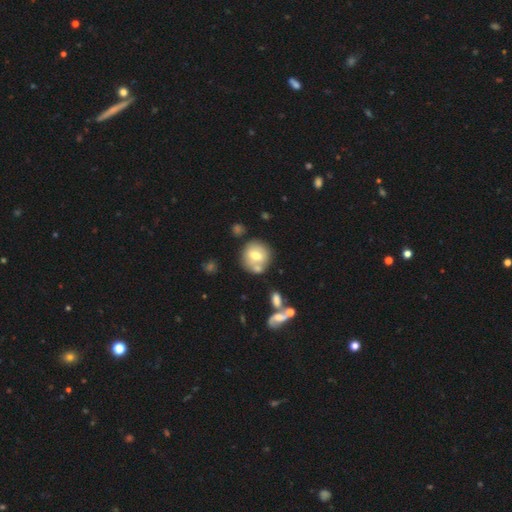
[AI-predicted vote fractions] smooth 62%, featured or disk 30%, star or artifact 9%. Down the decision tree: how rounded — round (84%); merging — none (62%).